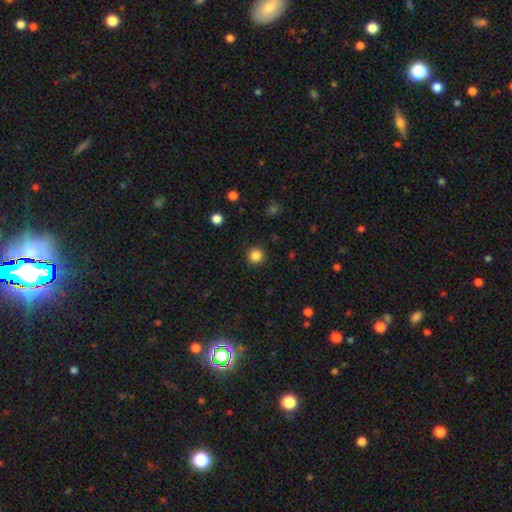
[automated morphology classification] The model was most divided on "smooth or featured": smooth: 85%, star or artifact: 11%, featured or disk: 3%. More confident: how rounded — round (94%); merging — none (91%).